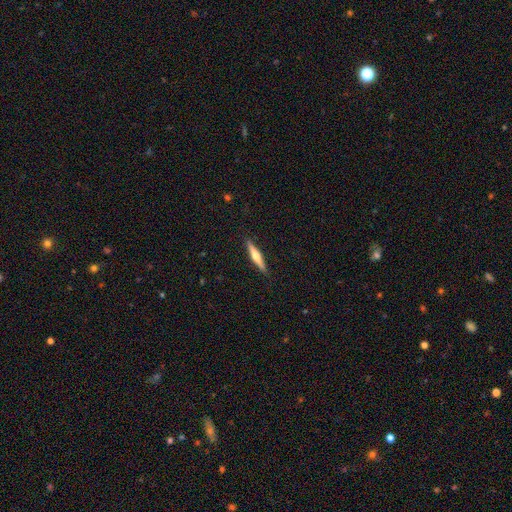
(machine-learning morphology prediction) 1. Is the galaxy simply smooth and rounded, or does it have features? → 57% featured or disk, 38% smooth, 5% star or artifact.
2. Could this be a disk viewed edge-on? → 97% yes, 3% no.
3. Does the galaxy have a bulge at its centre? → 89% rounded, 6% none, 5% boxy.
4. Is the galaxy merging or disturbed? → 90% none, 8% minor disturbance, 1% major disturbance, 1% merger.